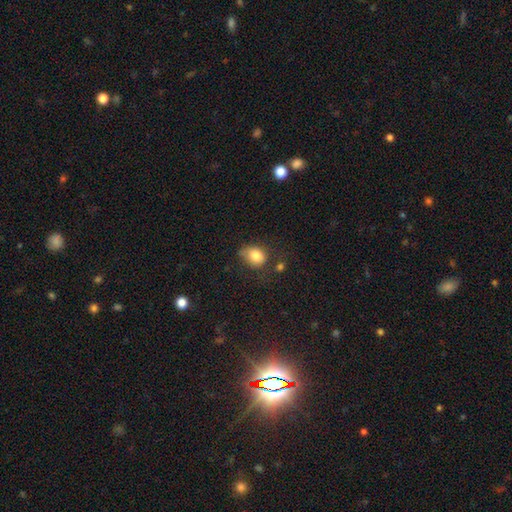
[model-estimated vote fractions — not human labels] Smooth or featured: smooth — 81% (star or artifact — 9%)
How rounded: in between — 57% (round — 42%)
Merging: none — 51% (minor disturbance — 31%)